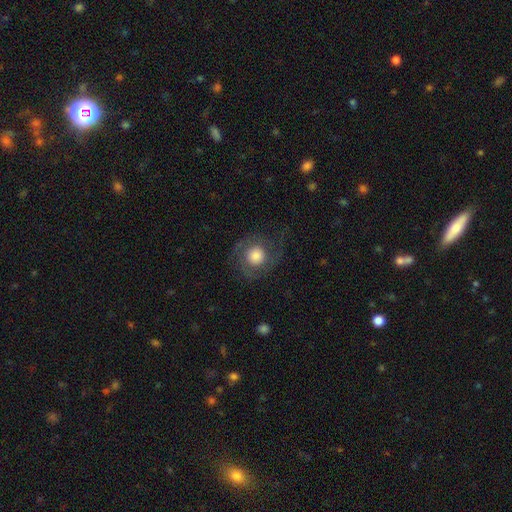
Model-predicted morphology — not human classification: Smooth or featured?
  - smooth: 48% *
  - featured or disk: 44%
  - star or artifact: 8%
Merging?
  - none: 69% *
  - minor disturbance: 15%
  - major disturbance: 14%
  - merger: 1%